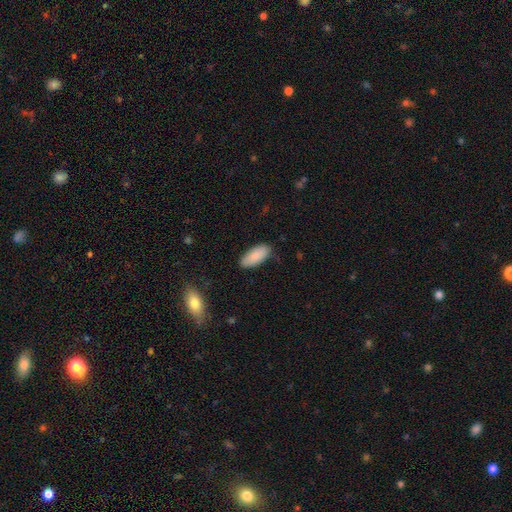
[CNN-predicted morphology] smooth 86%, featured or disk 7%, star or artifact 6%. Down the decision tree: how rounded — in between (88%); merging — none (81%).